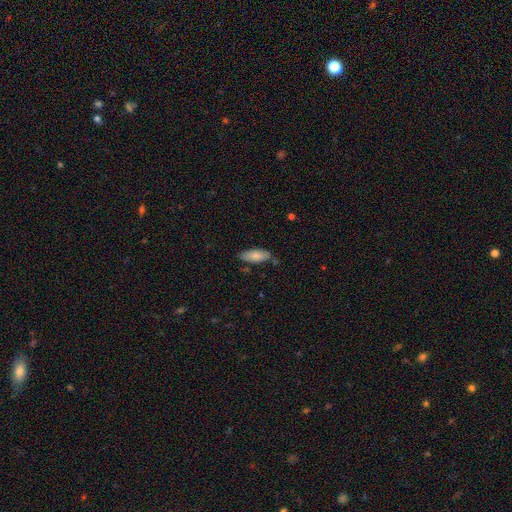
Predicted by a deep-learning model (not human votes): Overall: smooth (82%). How rounded: in between (80%). Merging: none (76%).